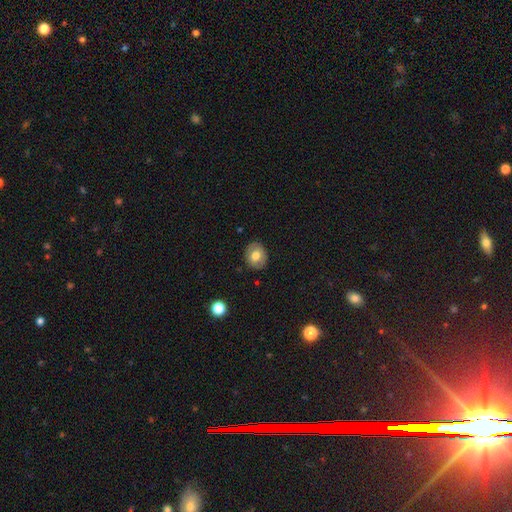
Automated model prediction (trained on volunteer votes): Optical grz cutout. It shows a smooth galaxy with no disk features (71%) that is round (56%). Merging: none (85%).